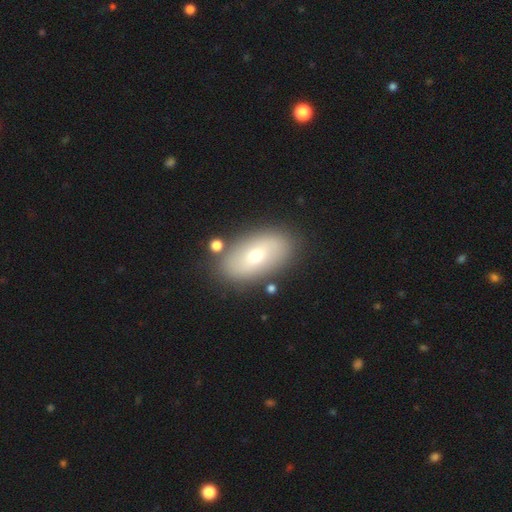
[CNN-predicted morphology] This is likely a smooth galaxy (60%). How rounded: clearly in between (90%). Merging: clearly none (82%).